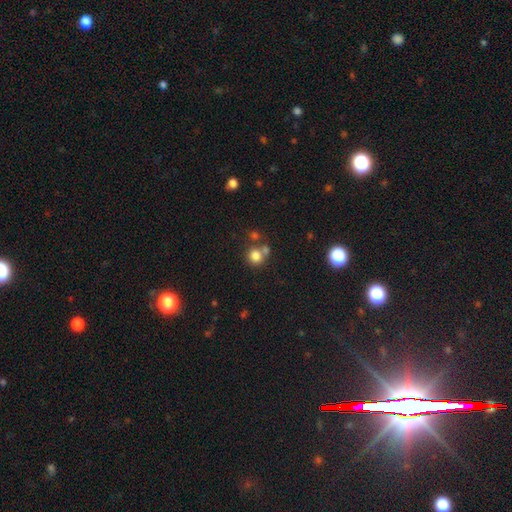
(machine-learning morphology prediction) A smooth galaxy with no disk features (78%) that is round (88%).

Vote fractions:
- Smooth or featured? smooth: 78% / star or artifact: 13% / featured or disk: 8%
- How rounded? round: 88% / in between: 11% / cigar-shaped: 1%
- Merging? none: 58% / merger: 28% / minor disturbance: 9% / major disturbance: 4%